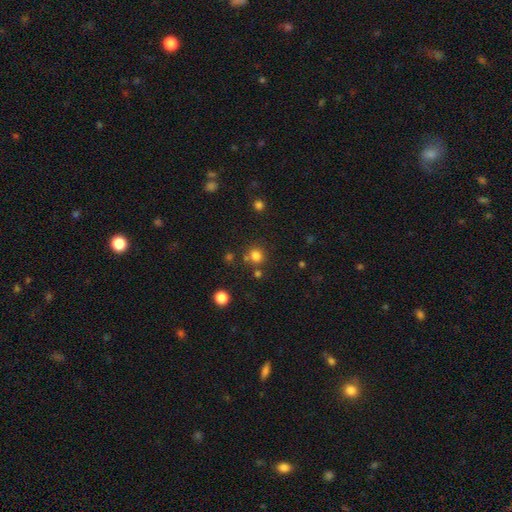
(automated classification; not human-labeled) This is likely a smooth galaxy (79%). How rounded: clearly round (90%). Merging: likely none (76%).